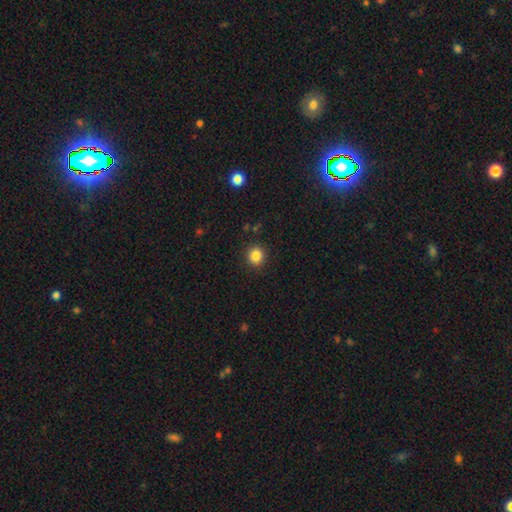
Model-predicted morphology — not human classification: A smooth galaxy with no disk features (85%) that is round (88%).

Vote fractions:
- Smooth or featured? smooth: 85% / star or artifact: 11% / featured or disk: 4%
- How rounded? round: 88% / in between: 11% / cigar-shaped: 1%
- Merging? none: 90% / minor disturbance: 6% / major disturbance: 2% / merger: 1%